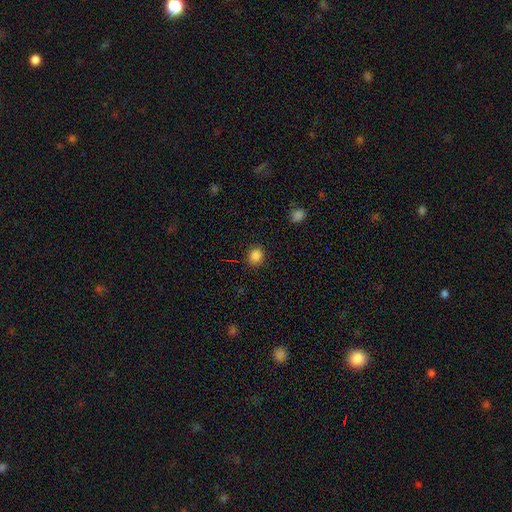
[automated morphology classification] Smooth or featured? Predicted: smooth (p=0.85). How rounded? Predicted: round (p=0.83). Merging? Predicted: none (p=0.90).